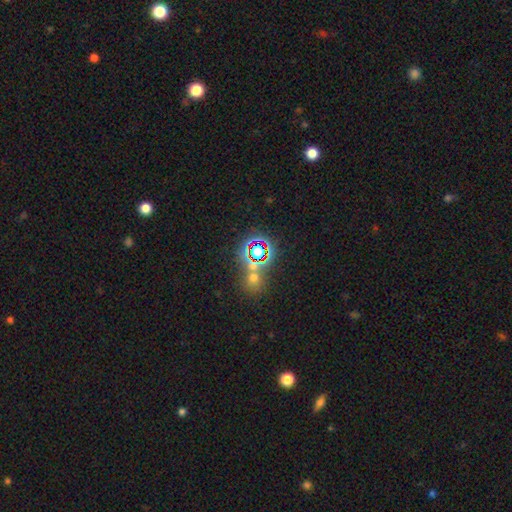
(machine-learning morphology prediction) star or artifact 64%, smooth 27%, featured or disk 10%.